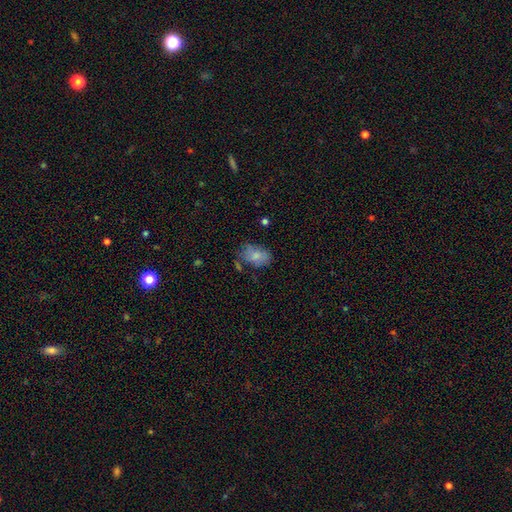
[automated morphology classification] Smooth or featured? Predicted: smooth (p=0.77). How rounded? Predicted: in between (p=0.86). Merging? Predicted: none (p=0.59).